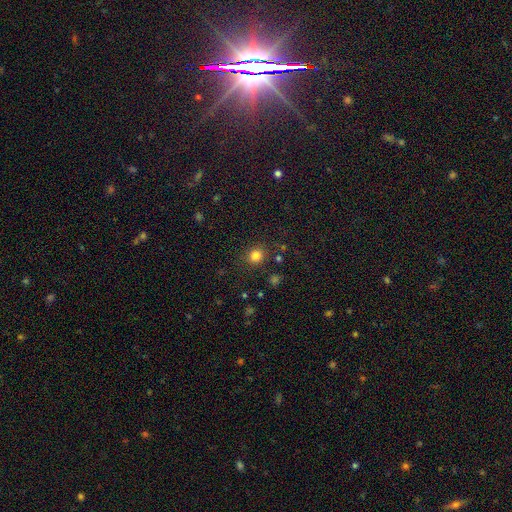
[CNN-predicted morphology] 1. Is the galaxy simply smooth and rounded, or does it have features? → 82% smooth, 13% star or artifact, 5% featured or disk.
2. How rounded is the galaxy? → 84% round, 15% in between, 1% cigar-shaped.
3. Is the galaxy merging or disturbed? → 86% none, 8% minor disturbance, 3% major disturbance, 2% merger.